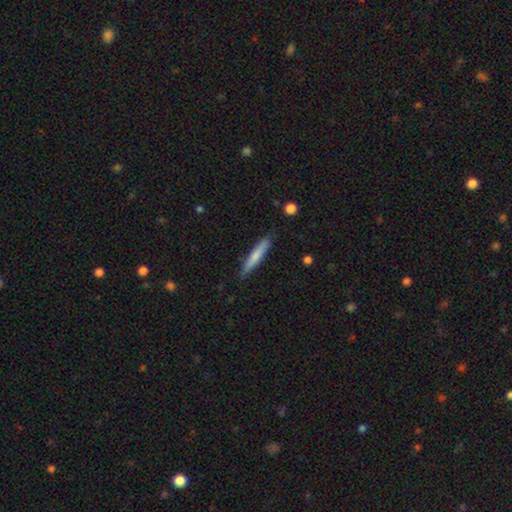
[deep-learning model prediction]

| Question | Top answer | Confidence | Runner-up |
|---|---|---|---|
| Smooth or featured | smooth | 70% | featured or disk (25%) |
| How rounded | cigar-shaped | 93% | in between (6%) |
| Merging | none | 84% | minor disturbance (13%) |